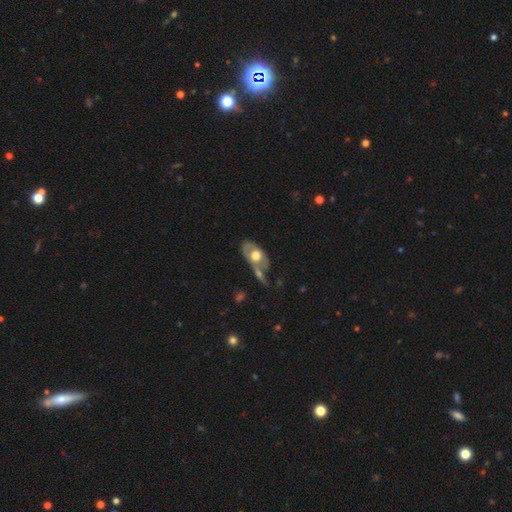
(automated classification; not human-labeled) This is possibly a smooth galaxy (47%, tied with featured or disk). Merging: marginally none (37%).